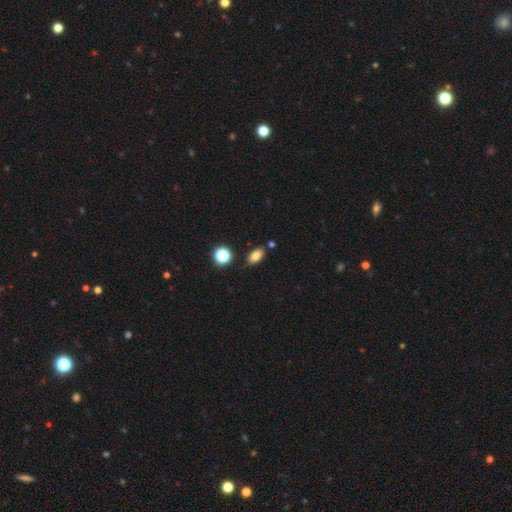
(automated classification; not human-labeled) smooth 81%, star or artifact 11%, featured or disk 8%. Down the decision tree: how rounded — in between (87%); merging — none (79%).